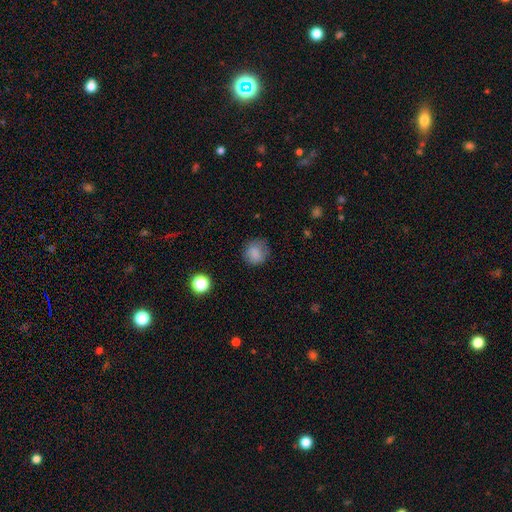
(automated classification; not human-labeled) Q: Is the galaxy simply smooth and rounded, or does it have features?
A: smooth — 78%.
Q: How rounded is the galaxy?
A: round — 80%.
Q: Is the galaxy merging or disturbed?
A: none — 74%.